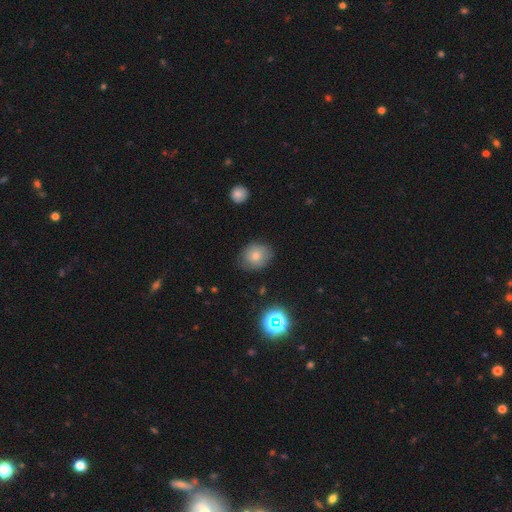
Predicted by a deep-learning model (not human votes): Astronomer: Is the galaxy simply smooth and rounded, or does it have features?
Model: smooth — 73%.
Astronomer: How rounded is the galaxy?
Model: round — 60% (runner-up: in between, 39%).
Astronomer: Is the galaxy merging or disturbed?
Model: none — 76%.